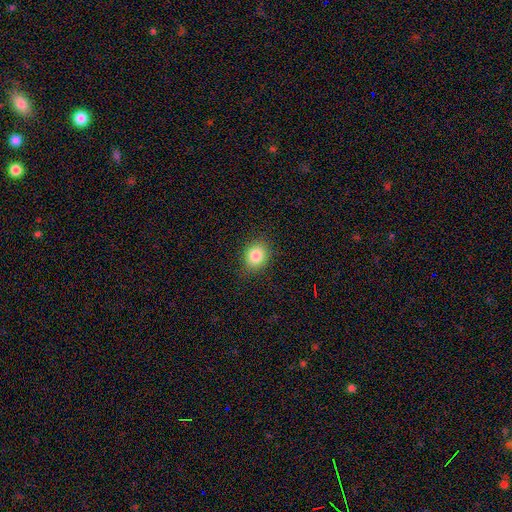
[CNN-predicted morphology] Smooth or featured? Predicted: smooth (p=0.84). How rounded? Predicted: round (p=0.61). Merging? Predicted: none (p=0.86).